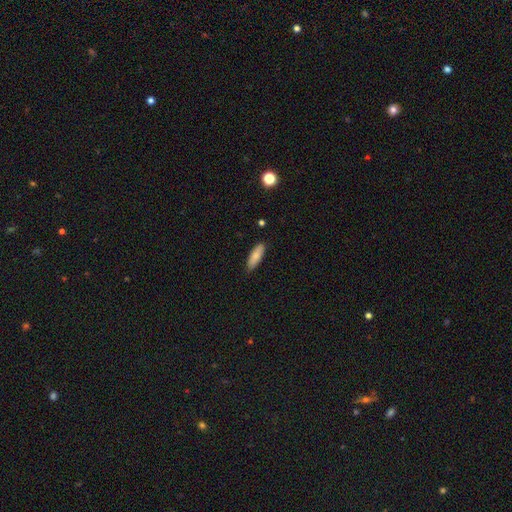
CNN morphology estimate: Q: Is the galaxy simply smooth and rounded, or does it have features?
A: smooth — 84%.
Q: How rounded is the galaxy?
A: in between — 58%.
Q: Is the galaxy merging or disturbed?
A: none — 86%.